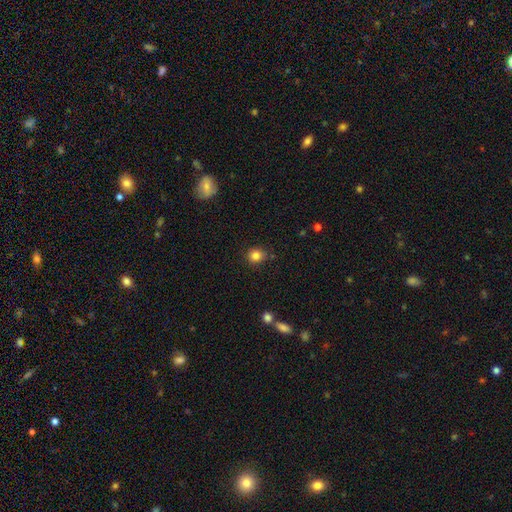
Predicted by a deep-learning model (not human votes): Smooth or featured?
  - smooth: 84% *
  - star or artifact: 11%
  - featured or disk: 5%
How rounded?
  - round: 82% *
  - in between: 17%
  - cigar-shaped: 1%
Merging?
  - none: 83% *
  - minor disturbance: 11%
  - merger: 3%
  - major disturbance: 3%